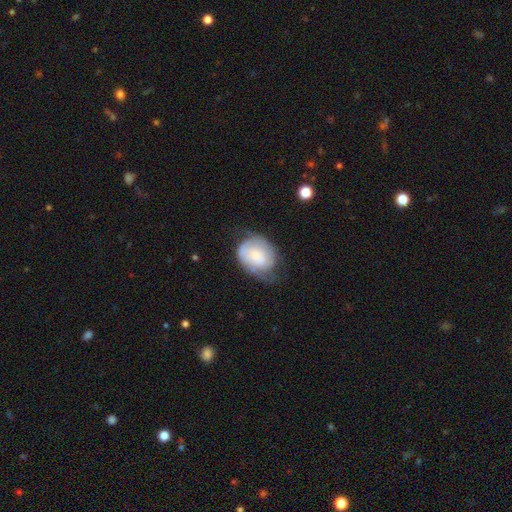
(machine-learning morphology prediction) This is possibly a featured or disk galaxy (50%). It is clearly not viewed edge-on (97%). Merging: marginally none (43%).